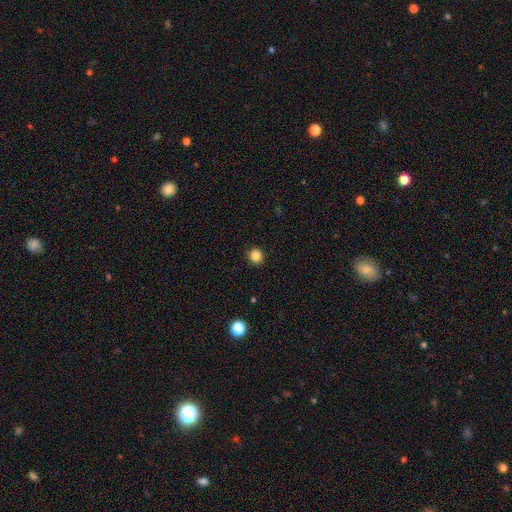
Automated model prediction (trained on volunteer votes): Smooth or featured?
  - smooth: 85% *
  - star or artifact: 12%
  - featured or disk: 4%
How rounded?
  - round: 92% *
  - in between: 7%
  - cigar-shaped: 1%
Merging?
  - none: 92% *
  - minor disturbance: 5%
  - major disturbance: 2%
  - merger: 1%